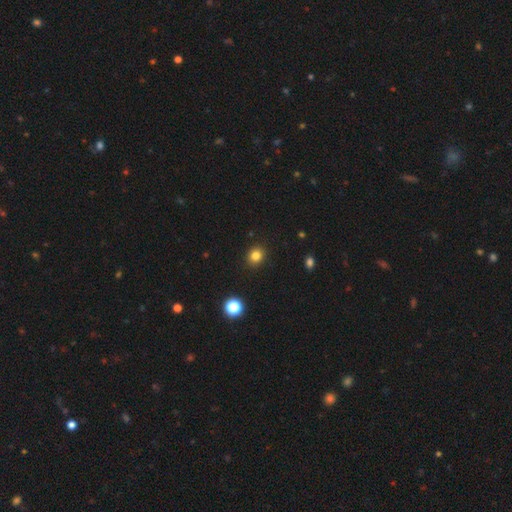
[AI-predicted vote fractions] Overall: smooth (82%). How rounded: round (75%). Merging: none (91%).